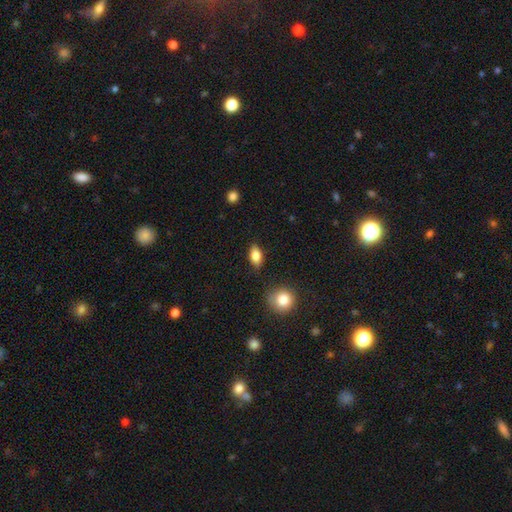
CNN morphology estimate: This is clearly a smooth galaxy (83%). How rounded: clearly in between (87%). Merging: clearly none (84%).